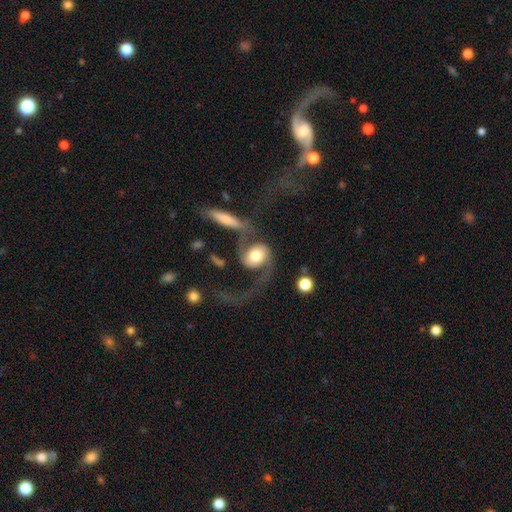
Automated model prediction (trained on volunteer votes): This is likely a featured or disk galaxy (70%). It is clearly not viewed edge-on (96%). Bar: likely no (67%). Spiral arm pattern: clearly yes (91%). Spiral arm count: likely 2 (77%). Spiral winding: likely loose (74%). Central bulge: marginally moderate (44%). Merging: marginally major disturbance (36%).